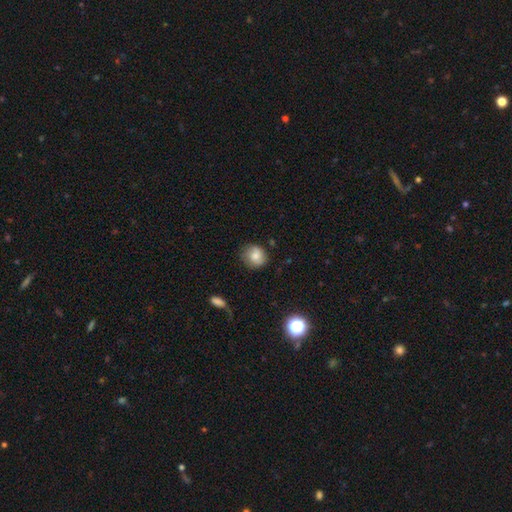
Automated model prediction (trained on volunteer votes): A smooth galaxy with no disk features (77%) that is round (79%). Merging: none (72%).